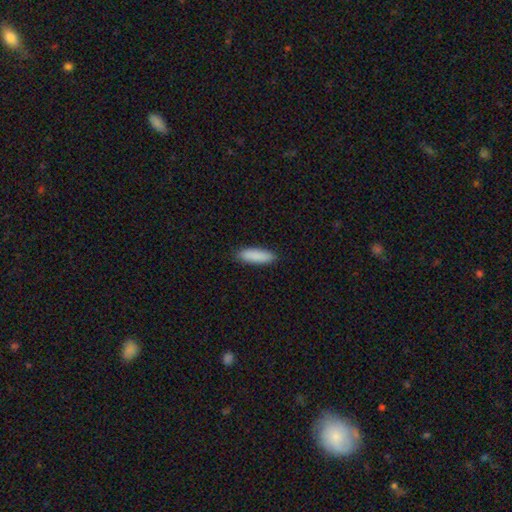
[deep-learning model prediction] Smooth or featured: smooth — 89% (star or artifact — 6%)
How rounded: in between — 51% (cigar-shaped — 47%)
Merging: none — 88% (minor disturbance — 9%)